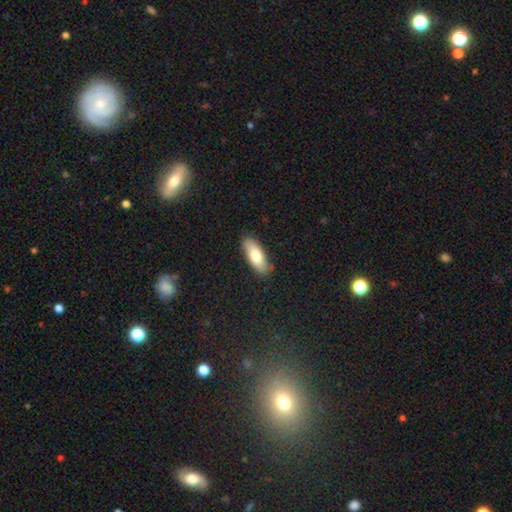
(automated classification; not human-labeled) This is likely a smooth galaxy (75%). How rounded: likely in between (74%). Merging: clearly none (85%).